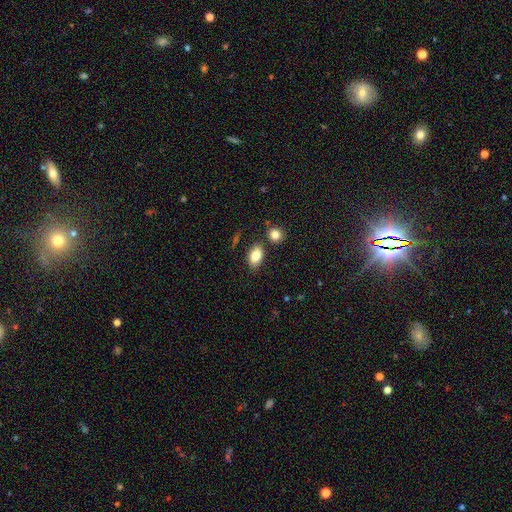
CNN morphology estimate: smooth-or-featured: smooth: 83% | featured or disk: 9% | star or artifact: 8%
  how-rounded: in between: 89% | round: 9% | cigar-shaped: 2%
  merging: none: 80% | minor disturbance: 11% | merger: 7% | major disturbance: 3%